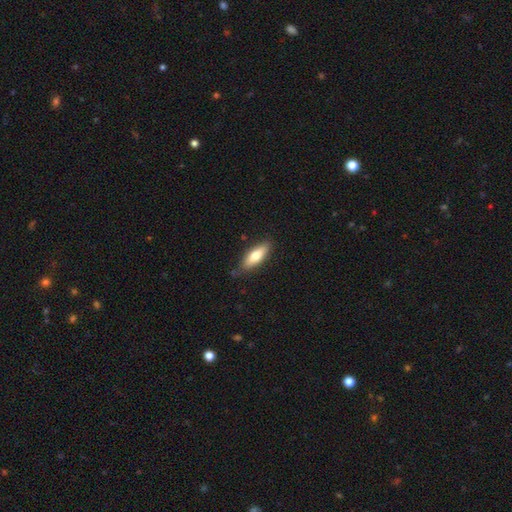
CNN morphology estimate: smooth-or-featured: smooth: 72% | featured or disk: 22% | star or artifact: 6%
  how-rounded: in between: 62% | cigar-shaped: 36% | round: 2%
  merging: none: 78% | minor disturbance: 17% | major disturbance: 3% | merger: 2%